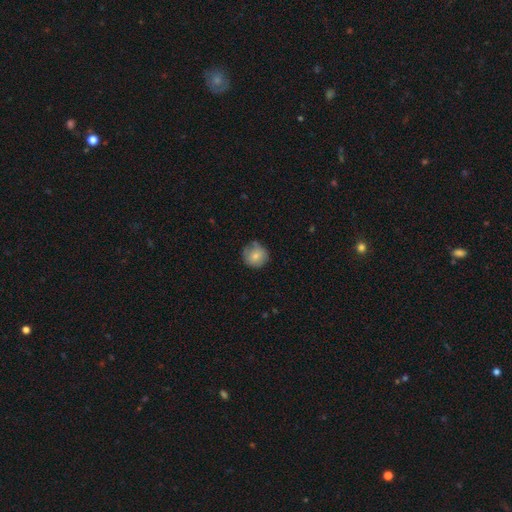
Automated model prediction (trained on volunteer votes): Overall: smooth (75%). How rounded: round (92%). Merging: none (71%).